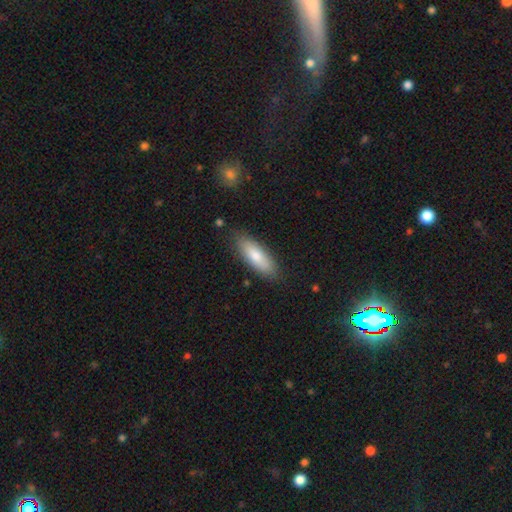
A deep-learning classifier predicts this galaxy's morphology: A smooth galaxy with no disk features (77%) that is in between round and cigar-shaped (60%). Merging: none (85%).